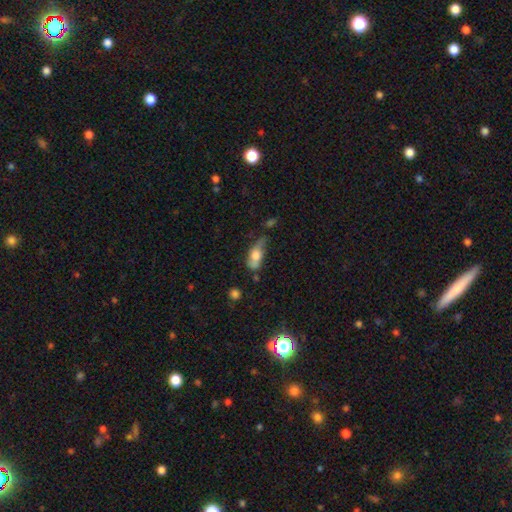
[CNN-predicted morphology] Q: Smooth or featured?
A: smooth (66%); runner-up: featured or disk (25%)
Q: How rounded?
A: in between (77%); runner-up: cigar-shaped (17%)
Q: Merging?
A: minor disturbance (36%); runner-up: none (31%)